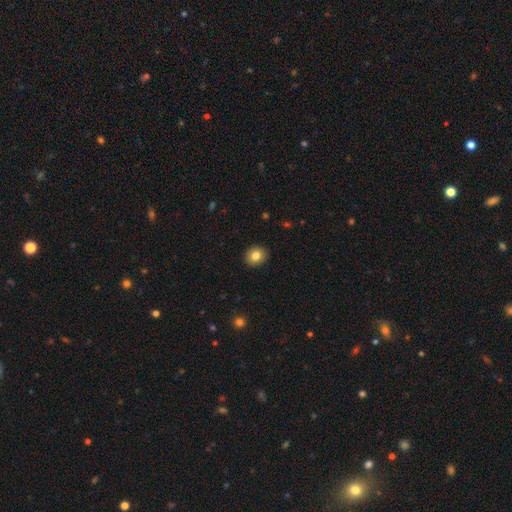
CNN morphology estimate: Q: Smooth or featured?
A: smooth (82%); runner-up: star or artifact (10%)
Q: How rounded?
A: round (70%); runner-up: in between (29%)
Q: Merging?
A: none (91%); runner-up: minor disturbance (6%)